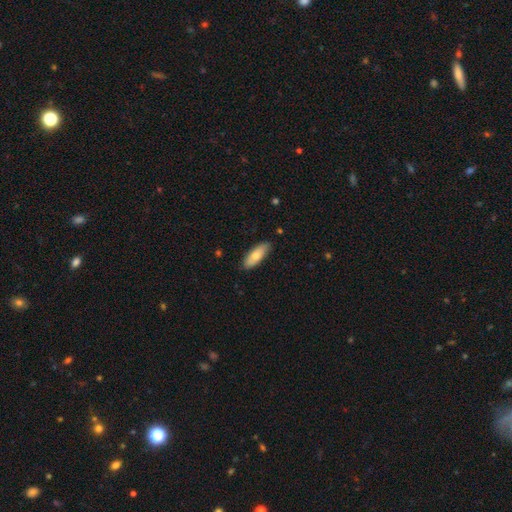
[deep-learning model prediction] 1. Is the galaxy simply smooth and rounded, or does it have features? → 77% smooth, 17% featured or disk, 6% star or artifact.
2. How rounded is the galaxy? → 69% in between, 29% cigar-shaped, 2% round.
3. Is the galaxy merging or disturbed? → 82% none, 14% minor disturbance, 2% major disturbance, 1% merger.